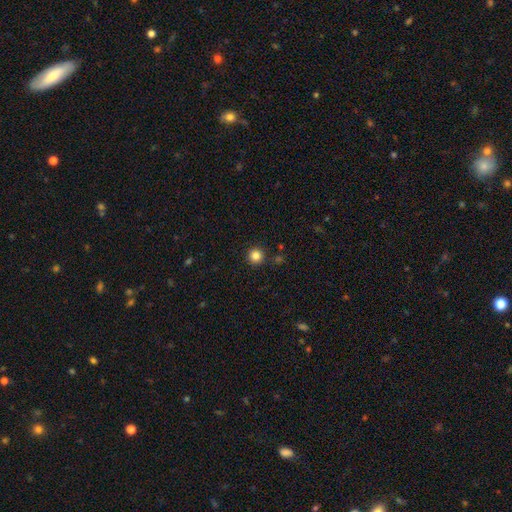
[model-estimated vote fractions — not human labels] This is clearly a smooth galaxy (84%). How rounded: clearly round (96%). Merging: clearly none (90%).